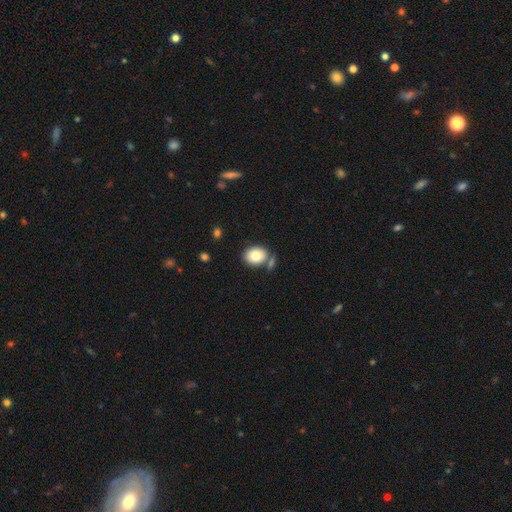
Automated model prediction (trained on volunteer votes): smooth 82%, featured or disk 10%, star or artifact 8%. Down the decision tree: how rounded — in between (62%); merging — none (65%).